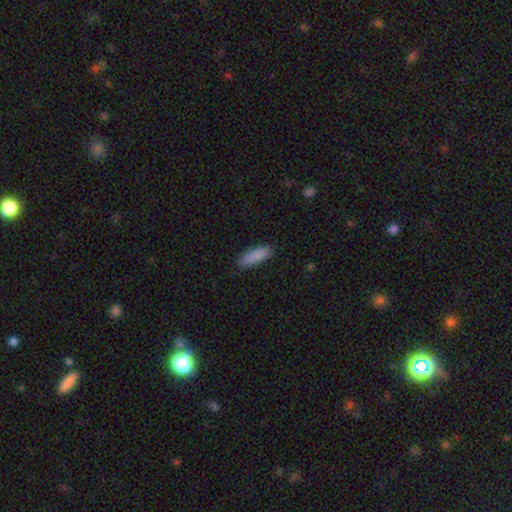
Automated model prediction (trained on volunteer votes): Smooth or featured? smooth (89%)
How rounded? in between (57%)
Merging? none (83%)